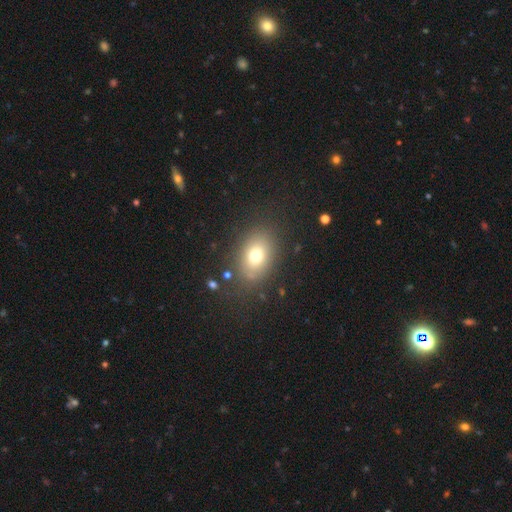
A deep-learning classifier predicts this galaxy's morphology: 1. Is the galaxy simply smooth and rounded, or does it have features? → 72% smooth, 15% featured or disk, 13% star or artifact.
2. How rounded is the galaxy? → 71% in between, 28% round, 1% cigar-shaped.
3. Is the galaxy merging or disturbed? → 79% none, 13% minor disturbance, 6% major disturbance, 2% merger.